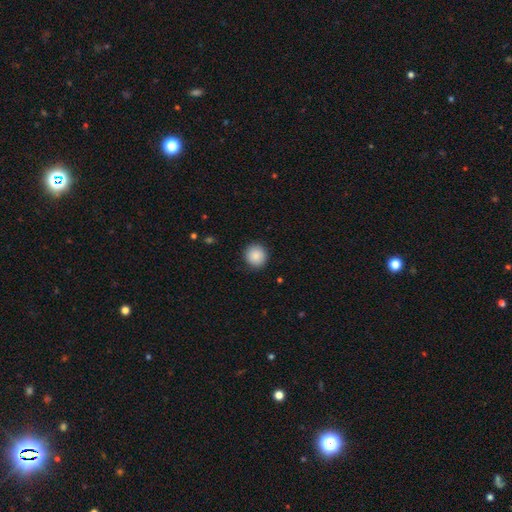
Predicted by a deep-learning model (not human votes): This is clearly a smooth galaxy (88%). How rounded: clearly round (94%). Merging: clearly none (91%).